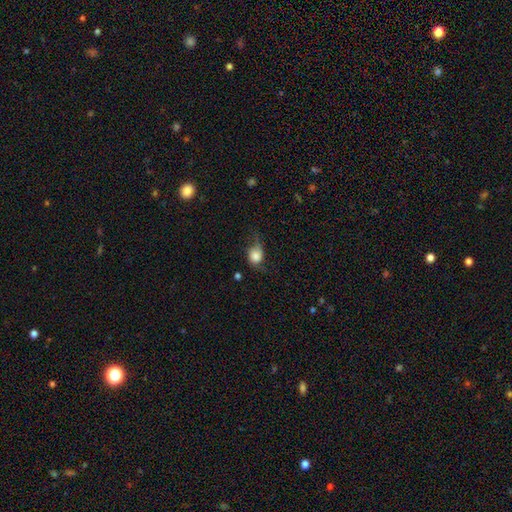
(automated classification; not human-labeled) Smooth or featured? Predicted: smooth (p=0.68). How rounded? Predicted: round (p=0.61). Merging? Predicted: none (p=0.39).